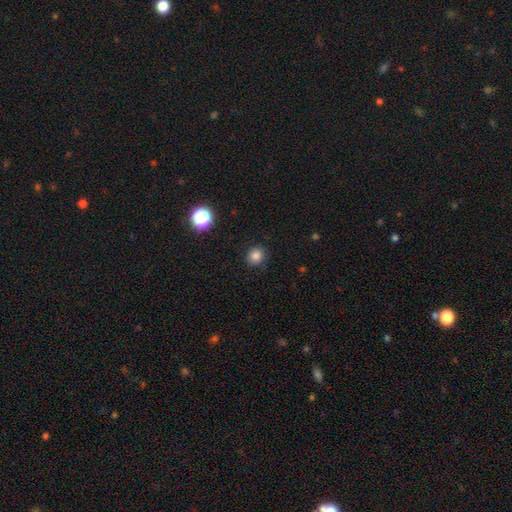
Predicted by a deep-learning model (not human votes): smooth_or_featured: smooth (p=0.82) [alt: star or artifact p=0.13]
how_rounded: round (p=0.82) [alt: in between p=0.17]
merging: none (p=0.85) [alt: minor disturbance p=0.11]